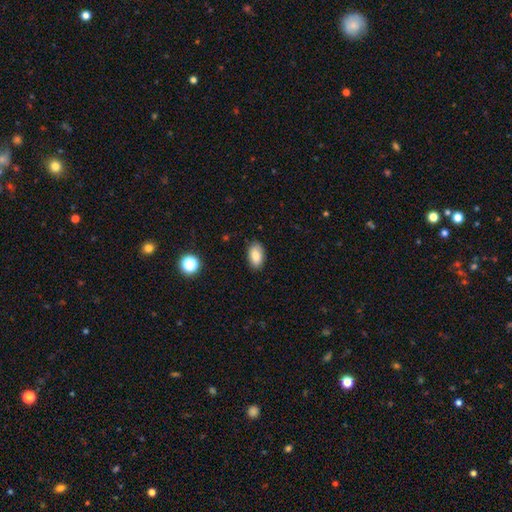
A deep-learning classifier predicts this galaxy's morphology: A smooth galaxy with no disk features (83%) that is in between round and cigar-shaped (92%). Merging: none (85%).